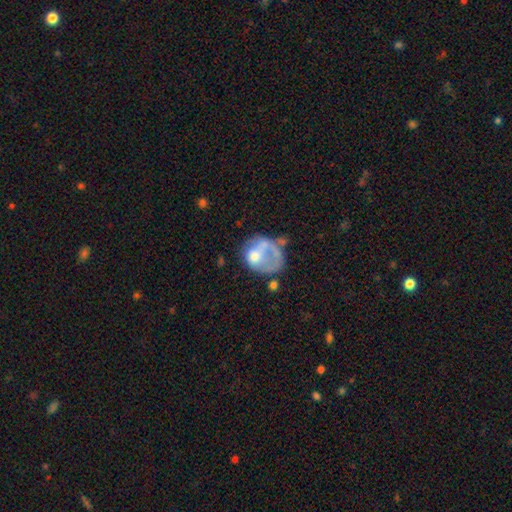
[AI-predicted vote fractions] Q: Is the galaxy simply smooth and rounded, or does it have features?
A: featured or disk — 46%.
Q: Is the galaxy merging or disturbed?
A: major disturbance — 38%.